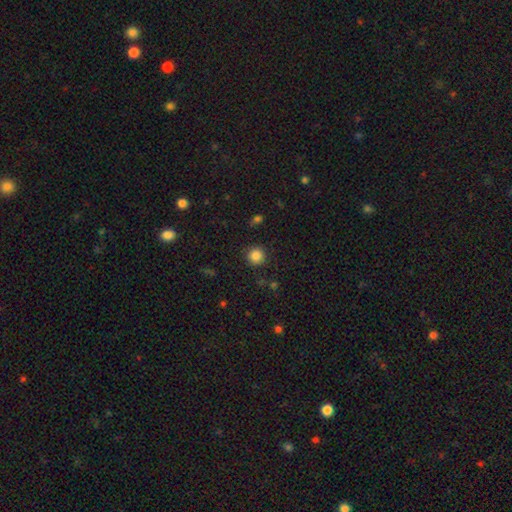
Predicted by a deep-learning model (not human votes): Q: Smooth or featured?
A: smooth (85%); runner-up: star or artifact (11%)
Q: How rounded?
A: round (94%); runner-up: in between (5%)
Q: Merging?
A: none (89%); runner-up: minor disturbance (7%)